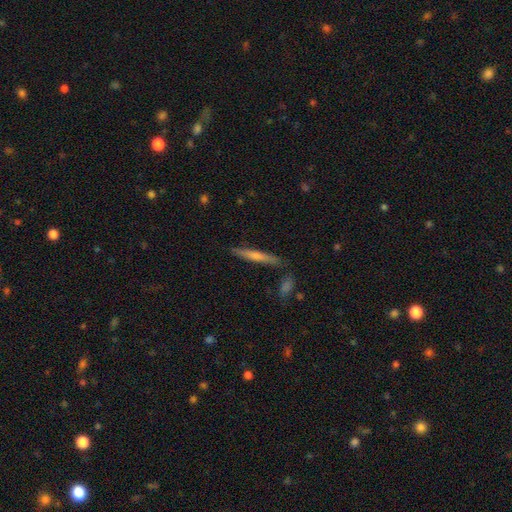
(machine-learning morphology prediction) Smooth or featured?
  - smooth: 52% *
  - featured or disk: 42%
  - star or artifact: 6%
How rounded?
  - cigar-shaped: 95% *
  - in between: 4%
  - round: 2%
Merging?
  - none: 85% *
  - minor disturbance: 10%
  - merger: 3%
  - major disturbance: 2%